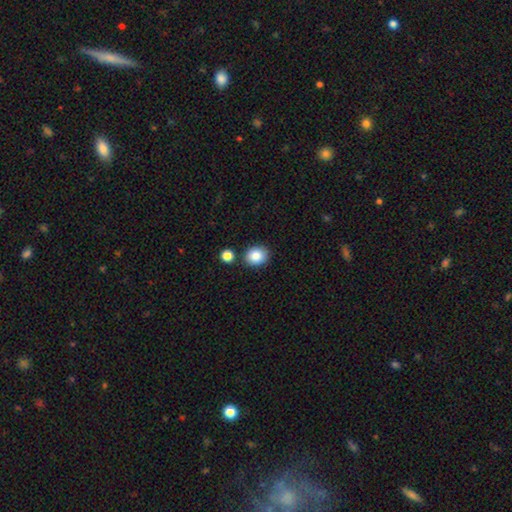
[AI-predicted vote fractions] Overall: smooth (86%). How rounded: round (68%; in between 31%). Merging: none (81%).